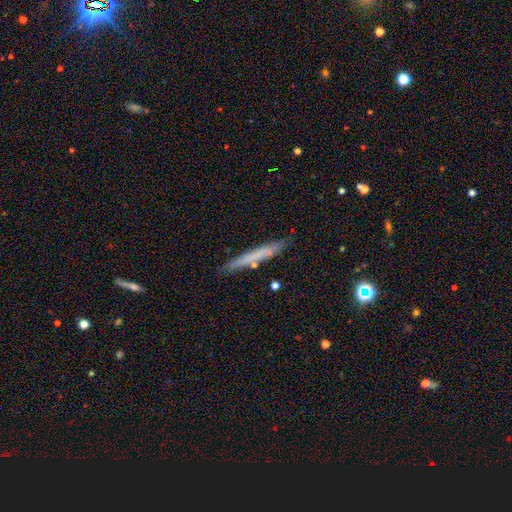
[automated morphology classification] This appears to be a smooth galaxy with no disk features (58%) that is cigar-shaped (96%). Merging: none (84%).